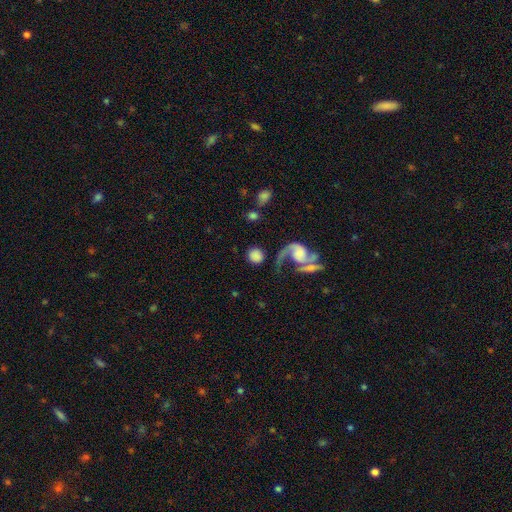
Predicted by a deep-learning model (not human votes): smooth-or-featured: smooth: 60% | featured or disk: 31% | star or artifact: 9%
  how-rounded: round: 81% | in between: 17% | cigar-shaped: 2%
  merging: none: 53% | merger: 19% | major disturbance: 16% | minor disturbance: 12%